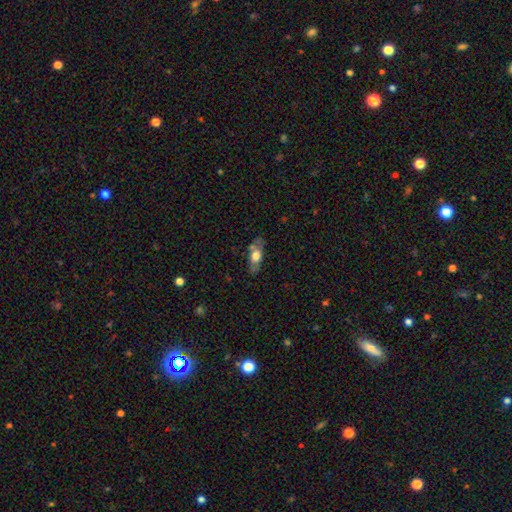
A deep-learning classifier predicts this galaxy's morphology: Smooth or featured? smooth (55%)
How rounded? in between (73%)
Merging? none (68%)